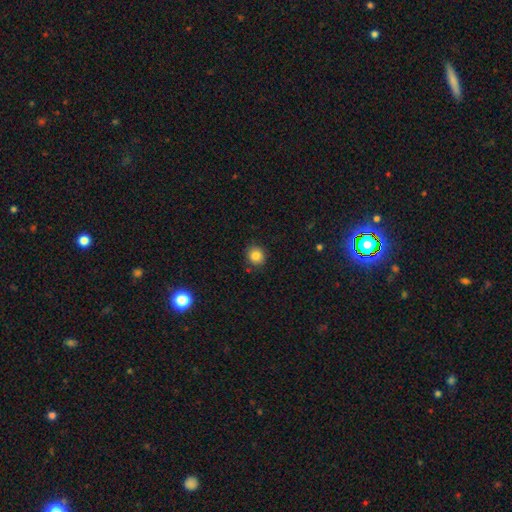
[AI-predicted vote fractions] The model was most divided on "how rounded": round: 84%, in between: 15%, cigar-shaped: 1%. More confident: merging — none (86%); smooth or featured — smooth (84%).